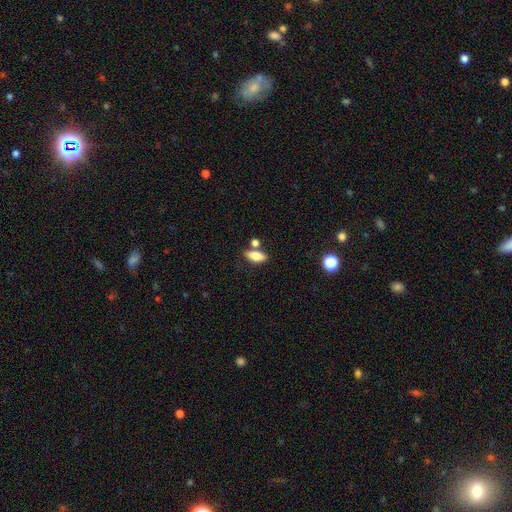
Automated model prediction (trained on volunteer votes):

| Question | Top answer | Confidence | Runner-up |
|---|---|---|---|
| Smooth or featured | smooth | 76% | featured or disk (17%) |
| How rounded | in between | 80% | cigar-shaped (15%) |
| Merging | none | 65% | merger (18%) |